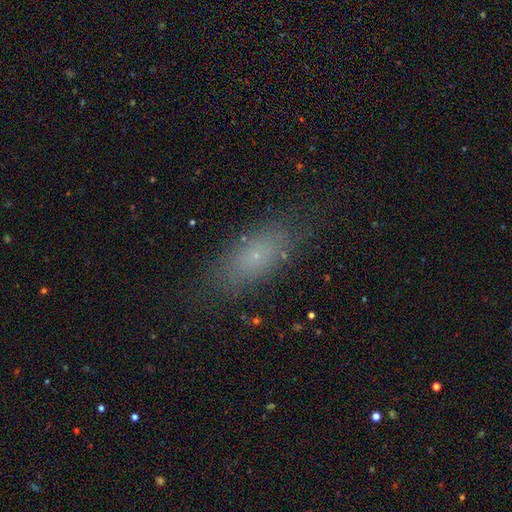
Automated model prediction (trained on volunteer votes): A smooth galaxy with no disk features (68%) that is in between round and cigar-shaped (73%). Merging: none (80%).